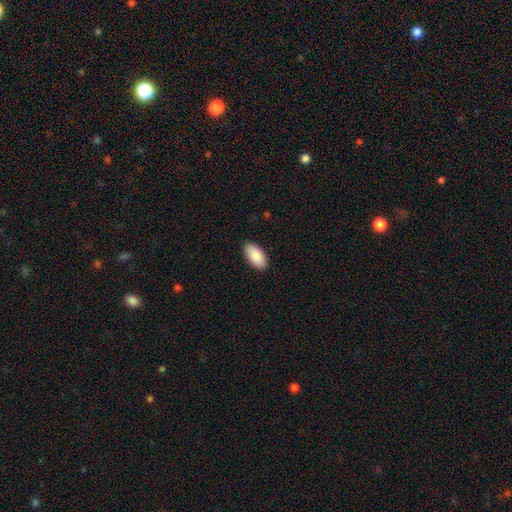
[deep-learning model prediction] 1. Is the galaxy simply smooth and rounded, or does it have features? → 89% smooth, 6% star or artifact, 5% featured or disk.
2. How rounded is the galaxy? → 95% in between, 3% cigar-shaped, 2% round.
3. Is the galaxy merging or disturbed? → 89% none, 8% minor disturbance, 2% major disturbance, 1% merger.